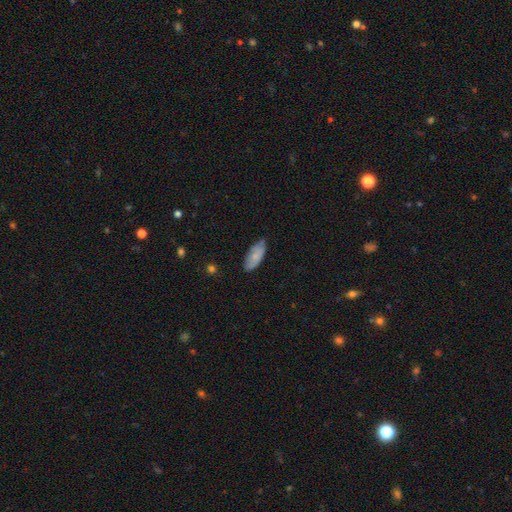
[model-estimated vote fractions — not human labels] smooth-or-featured: smooth: 71% | featured or disk: 22% | star or artifact: 6%
  how-rounded: in between: 85% | cigar-shaped: 13% | round: 2%
  merging: none: 68% | minor disturbance: 26% | major disturbance: 4% | merger: 2%